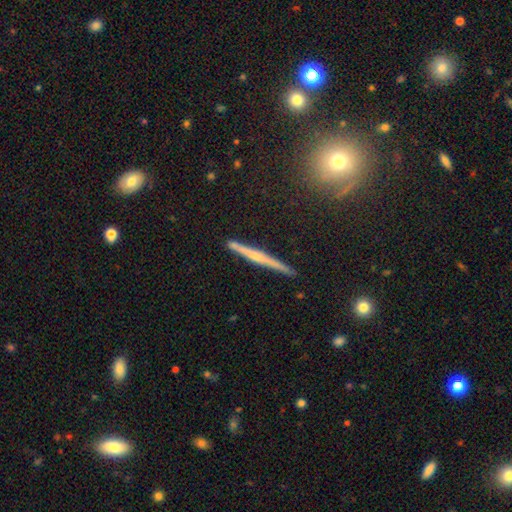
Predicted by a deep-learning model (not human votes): featured or disk 69%, smooth 23%, star or artifact 7%. Down the decision tree: edge-on disk — yes (98%); edge-on bulge — rounded (56%); merging — none (90%).